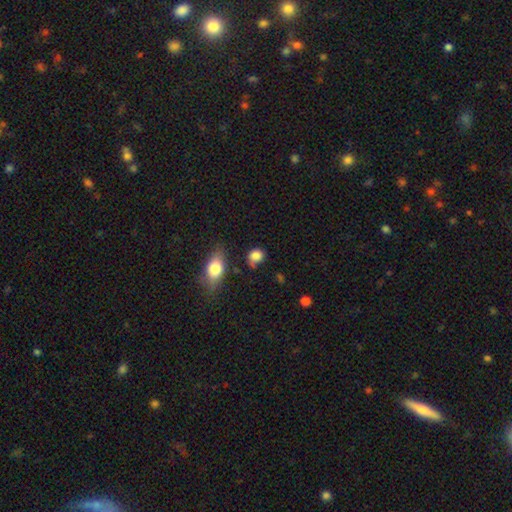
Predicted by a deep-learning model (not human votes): This appears to be a smooth galaxy with no disk features (83%) that is round (68%). Merging: none (64%).